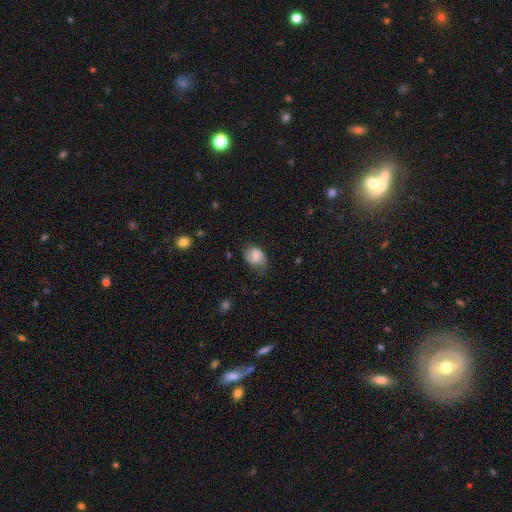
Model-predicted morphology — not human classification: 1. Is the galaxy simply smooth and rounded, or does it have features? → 59% smooth, 32% featured or disk, 9% star or artifact.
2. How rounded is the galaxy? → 71% in between, 28% round, 1% cigar-shaped.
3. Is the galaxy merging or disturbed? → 49% none, 34% minor disturbance, 15% major disturbance, 2% merger.